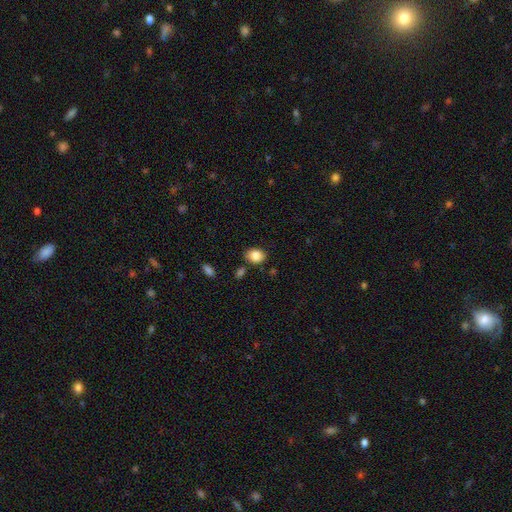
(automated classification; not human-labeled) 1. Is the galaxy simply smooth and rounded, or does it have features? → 85% smooth, 8% star or artifact, 6% featured or disk.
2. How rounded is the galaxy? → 65% in between, 34% round, 1% cigar-shaped.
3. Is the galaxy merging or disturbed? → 80% none, 12% minor disturbance, 5% merger, 3% major disturbance.